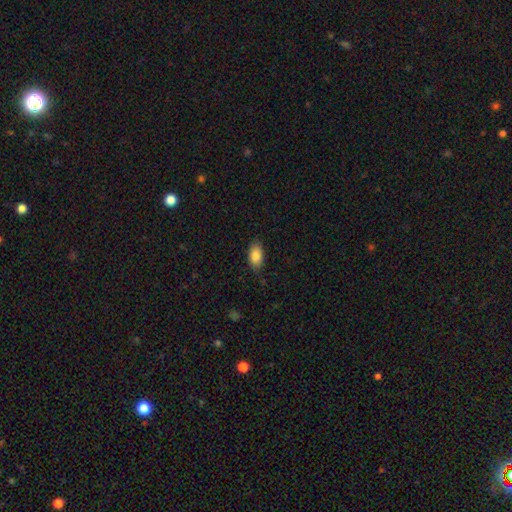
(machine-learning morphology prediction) smooth_or_featured: smooth (p=0.85) [alt: featured or disk p=0.08]
how_rounded: in between (p=0.92) [alt: round p=0.04]
merging: none (p=0.82) [alt: minor disturbance p=0.15]